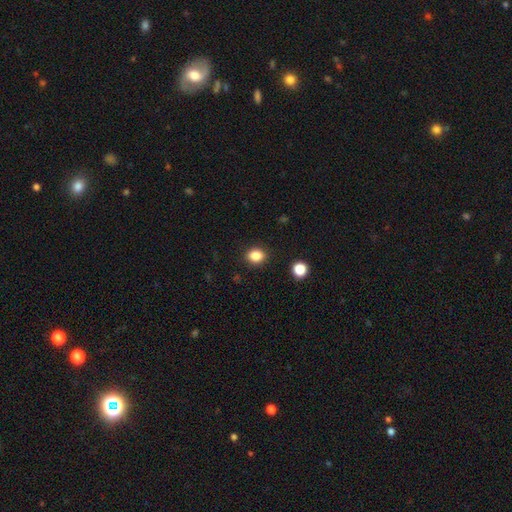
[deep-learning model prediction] Morphology: type=smooth (85%); roundness=round (58%); merging=none (88%).